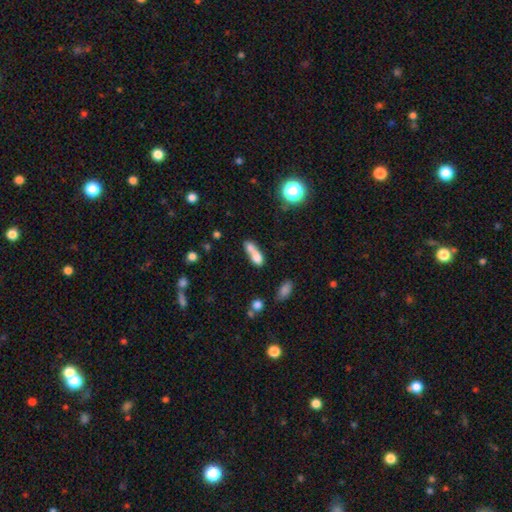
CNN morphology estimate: Q: Smooth or featured?
A: smooth (70%); runner-up: featured or disk (18%)
Q: How rounded?
A: in between (63%); runner-up: cigar-shaped (22%)
Q: Merging?
A: merger (65%); runner-up: none (19%)